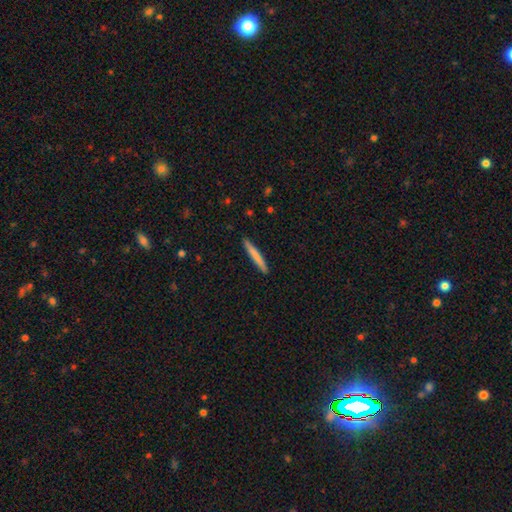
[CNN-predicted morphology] Smooth or featured?
  - smooth: 73% *
  - featured or disk: 21%
  - star or artifact: 5%
How rounded?
  - cigar-shaped: 96% *
  - in between: 3%
  - round: 1%
Merging?
  - none: 91% *
  - minor disturbance: 6%
  - major disturbance: 1%
  - merger: 1%